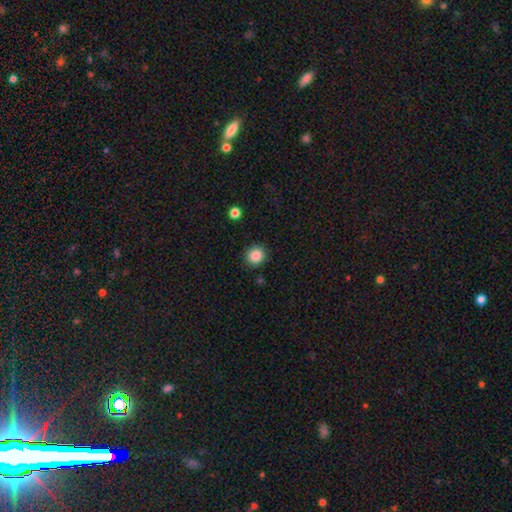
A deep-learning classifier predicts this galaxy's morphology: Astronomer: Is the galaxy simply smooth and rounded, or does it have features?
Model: smooth — 86%.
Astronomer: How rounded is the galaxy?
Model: round — 89%.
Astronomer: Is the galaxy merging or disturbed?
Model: none — 89%.